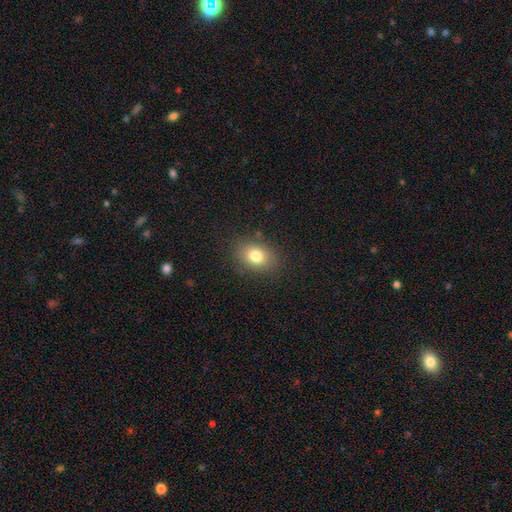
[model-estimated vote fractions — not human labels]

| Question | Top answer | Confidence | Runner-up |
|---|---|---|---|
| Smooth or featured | smooth | 78% | star or artifact (11%) |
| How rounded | in between | 65% | round (34%) |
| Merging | none | 85% | minor disturbance (11%) |